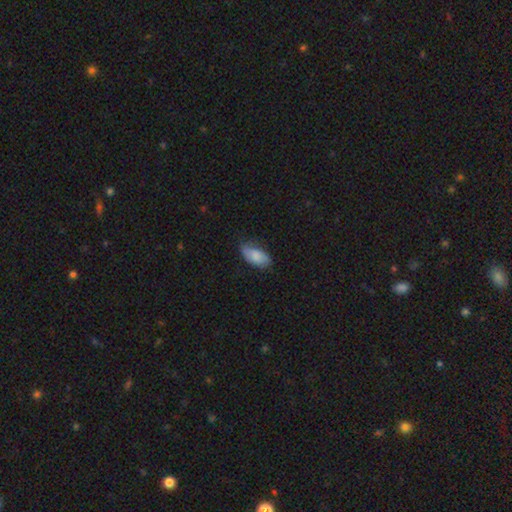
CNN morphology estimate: smooth-or-featured: smooth: 75% | featured or disk: 18% | star or artifact: 7%
  how-rounded: in between: 93% | cigar-shaped: 5% | round: 3%
  merging: none: 63% | minor disturbance: 29% | major disturbance: 6% | merger: 1%